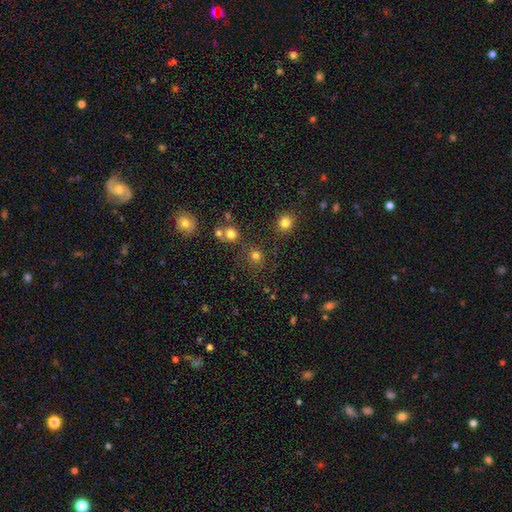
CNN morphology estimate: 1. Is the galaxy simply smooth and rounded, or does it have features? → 77% smooth, 17% star or artifact, 6% featured or disk.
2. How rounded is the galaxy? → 90% round, 9% in between, 1% cigar-shaped.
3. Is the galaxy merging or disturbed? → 76% none, 10% merger, 9% minor disturbance, 5% major disturbance.